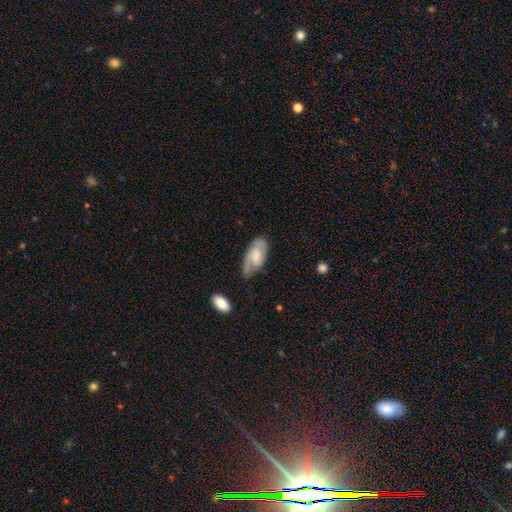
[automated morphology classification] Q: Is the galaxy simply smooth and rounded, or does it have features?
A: featured or disk — 67%.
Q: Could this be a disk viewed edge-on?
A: no — 95%.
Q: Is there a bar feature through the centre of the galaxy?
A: weak — 47%.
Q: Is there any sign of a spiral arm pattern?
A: yes — 91%.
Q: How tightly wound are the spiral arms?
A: medium — 47%.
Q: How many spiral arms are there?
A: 2 — 68%.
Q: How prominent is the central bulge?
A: small — 47%.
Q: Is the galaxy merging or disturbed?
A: none — 61%.